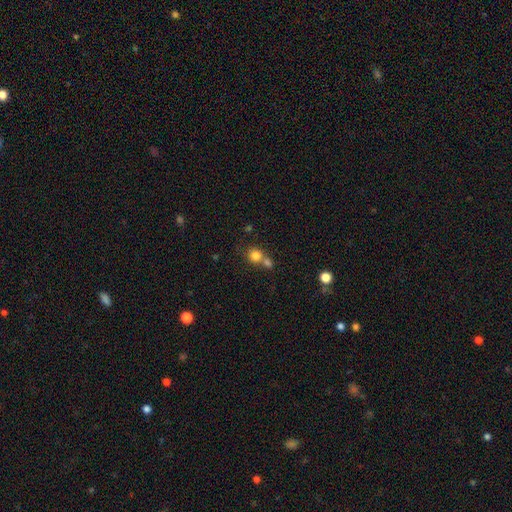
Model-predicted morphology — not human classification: smooth_or_featured: smooth (p=0.80) [alt: star or artifact p=0.12]
how_rounded: round (p=0.86) [alt: in between p=0.13]
merging: none (p=0.46) [alt: merger p=0.44]